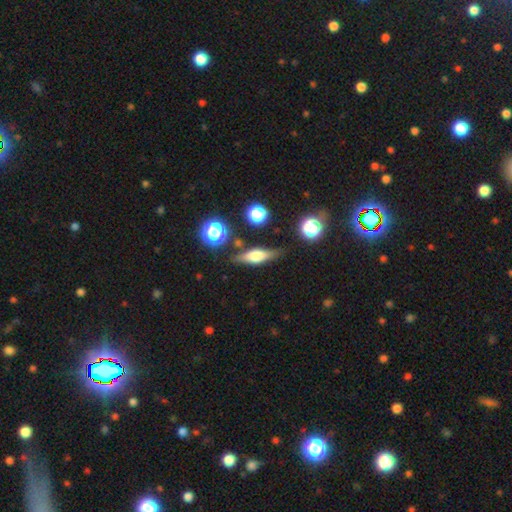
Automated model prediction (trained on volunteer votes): Q: Smooth or featured?
A: featured or disk (52%); runner-up: smooth (39%)
Q: Edge-on disk?
A: yes (90%); runner-up: no (10%)
Q: Merging?
A: none (79%); runner-up: minor disturbance (14%)